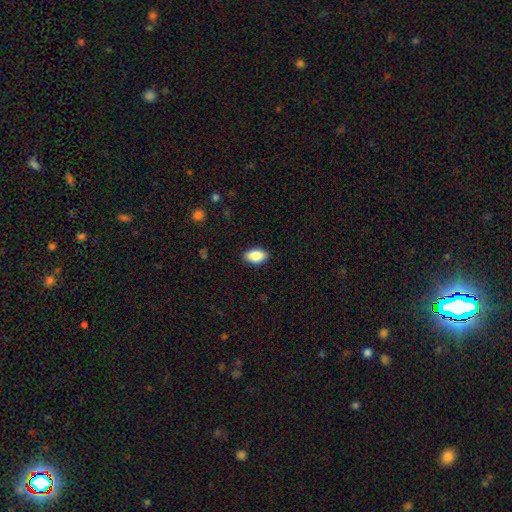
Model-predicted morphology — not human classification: smooth-or-featured: smooth: 88% | star or artifact: 7% | featured or disk: 5%
  how-rounded: in between: 92% | round: 6% | cigar-shaped: 2%
  merging: none: 88% | minor disturbance: 9% | major disturbance: 2% | merger: 1%